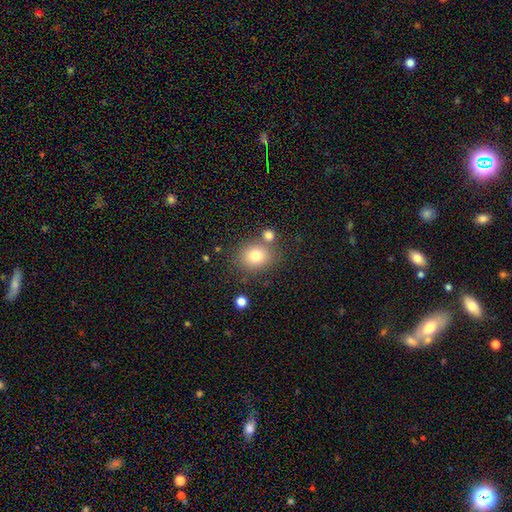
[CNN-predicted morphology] The model was most divided on "how rounded": round: 71%, in between: 28%, cigar-shaped: 1%. More confident: smooth or featured — smooth (78%); merging — none (72%).